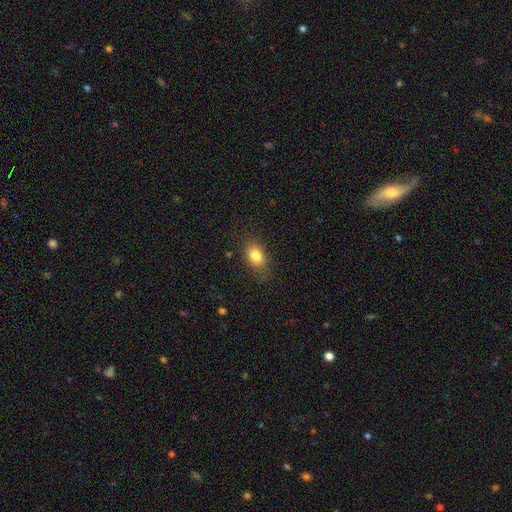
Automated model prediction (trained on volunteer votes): smooth_or_featured: smooth (p=0.82) [alt: featured or disk p=0.09]
how_rounded: in between (p=0.81) [alt: round p=0.17]
merging: none (p=0.80) [alt: minor disturbance p=0.15]